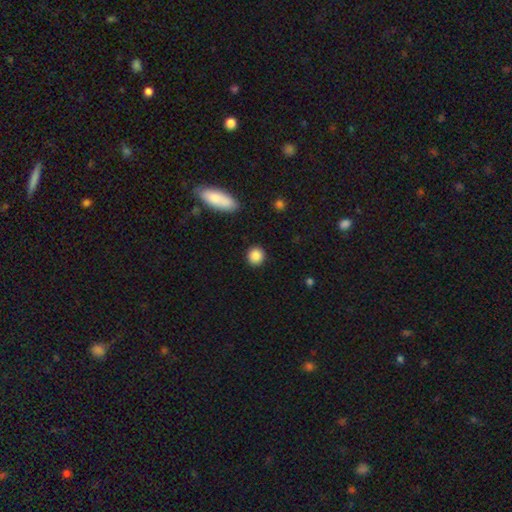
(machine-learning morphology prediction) Smooth or featured? smooth (87%)
How rounded? round (86%)
Merging? none (90%)